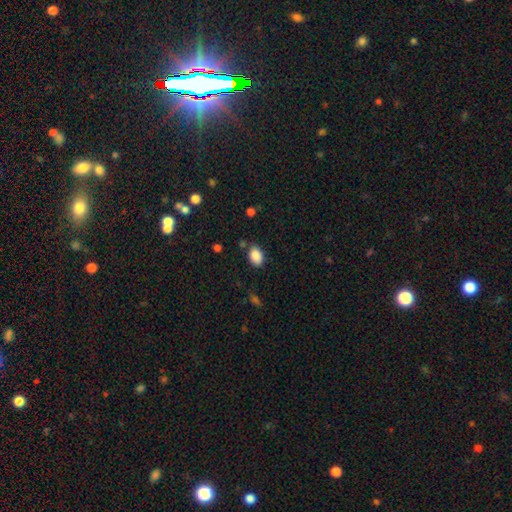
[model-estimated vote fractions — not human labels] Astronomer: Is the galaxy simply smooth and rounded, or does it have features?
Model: smooth — 88%.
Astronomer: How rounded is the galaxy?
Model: in between — 81%.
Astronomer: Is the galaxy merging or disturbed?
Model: none — 78%.